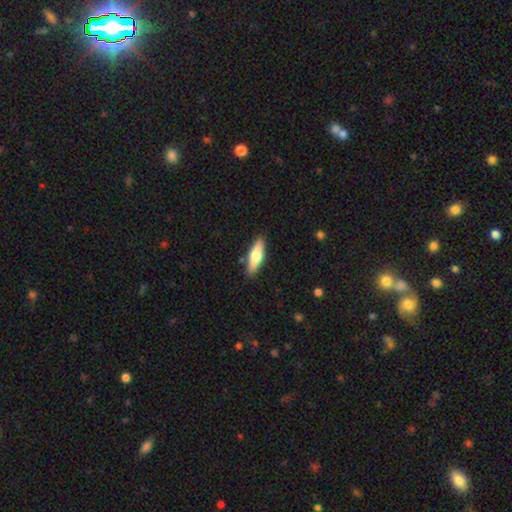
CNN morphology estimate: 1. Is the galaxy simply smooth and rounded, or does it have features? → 61% smooth, 34% featured or disk, 6% star or artifact.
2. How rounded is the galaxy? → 52% cigar-shaped, 46% in between, 2% round.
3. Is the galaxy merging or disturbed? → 86% none, 10% minor disturbance, 2% merger, 2% major disturbance.